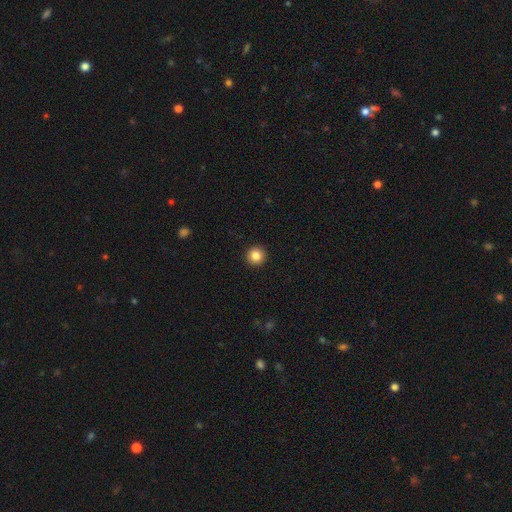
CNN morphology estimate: A smooth galaxy with no disk features (84%) that is round (96%). Merging: none (94%).